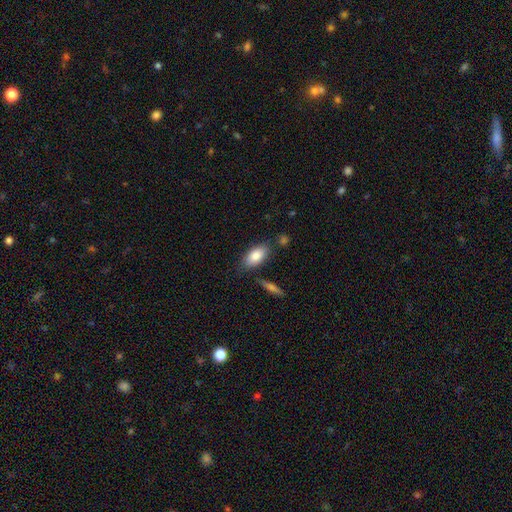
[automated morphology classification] Q: Smooth or featured?
A: smooth (83%); runner-up: featured or disk (10%)
Q: How rounded?
A: in between (90%); runner-up: cigar-shaped (6%)
Q: Merging?
A: none (74%); runner-up: minor disturbance (15%)